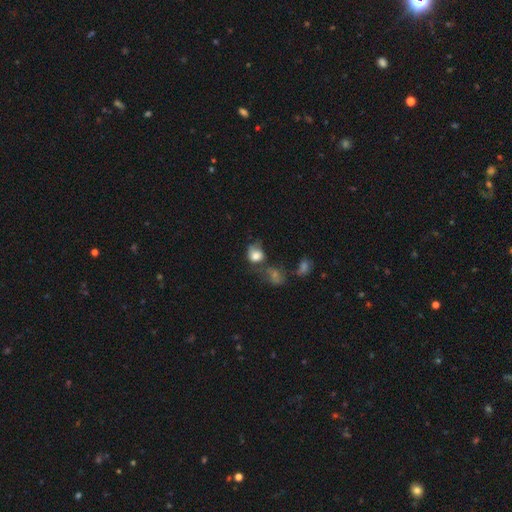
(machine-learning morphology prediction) This is likely a smooth galaxy (72%). How rounded: possibly round (55%). Merging: marginally none (27%).